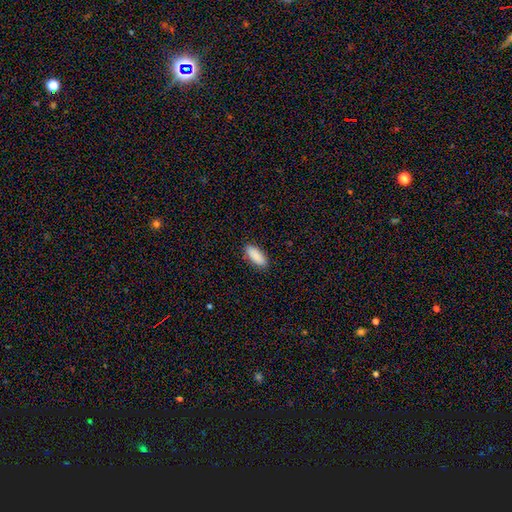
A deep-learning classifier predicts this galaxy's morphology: Smooth or featured?
  - smooth: 90% *
  - star or artifact: 6%
  - featured or disk: 4%
How rounded?
  - in between: 77% *
  - cigar-shaped: 22%
  - round: 2%
Merging?
  - none: 89% *
  - minor disturbance: 9%
  - major disturbance: 2%
  - merger: 1%